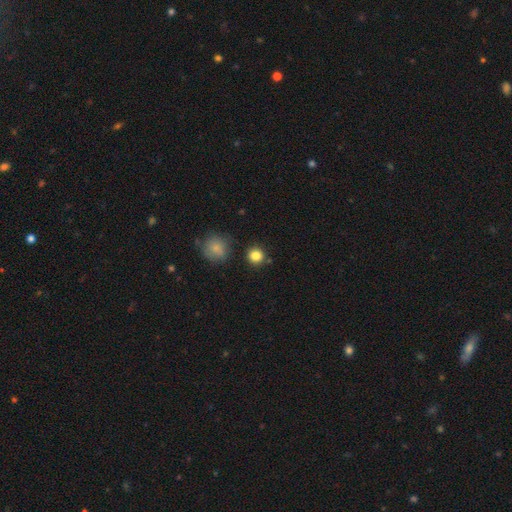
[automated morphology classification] Q: Smooth or featured?
A: smooth (83%); runner-up: star or artifact (12%)
Q: How rounded?
A: round (93%); runner-up: in between (6%)
Q: Merging?
A: none (87%); runner-up: minor disturbance (7%)